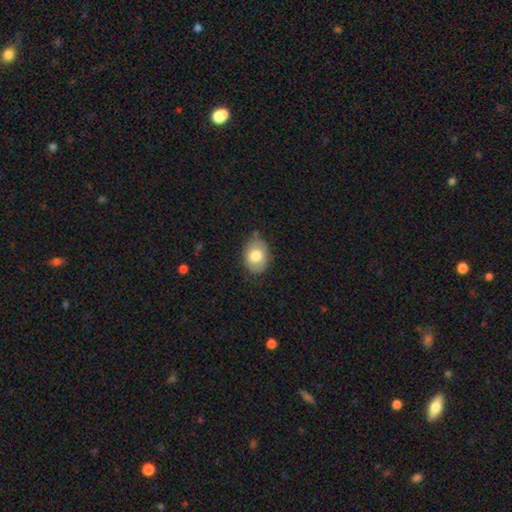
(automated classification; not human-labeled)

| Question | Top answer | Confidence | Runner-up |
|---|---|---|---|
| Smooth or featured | smooth | 75% | featured or disk (18%) |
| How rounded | in between | 75% | round (24%) |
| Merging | none | 75% | minor disturbance (19%) |